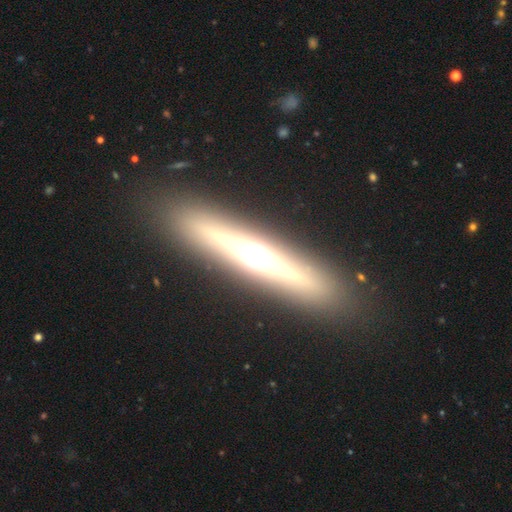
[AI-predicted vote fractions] Smooth or featured: featured or disk — 77% (smooth — 16%)
Edge-on disk: yes — 96% (no — 4%)
Edge-on bulge: rounded — 85% (boxy — 10%)
Merging: none — 89% (minor disturbance — 7%)